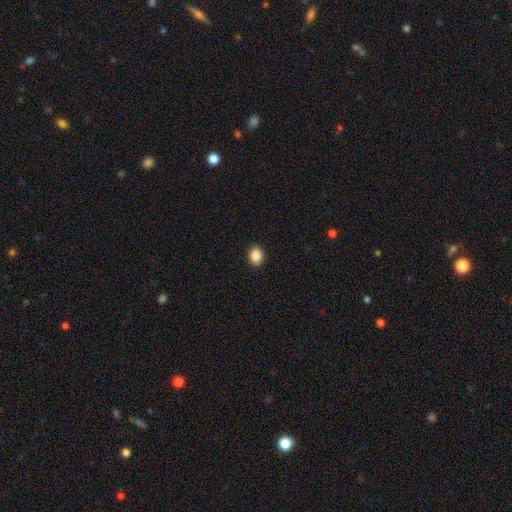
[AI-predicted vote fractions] Morphology: type=smooth (88%); roundness=in between (56%); merging=none (92%).